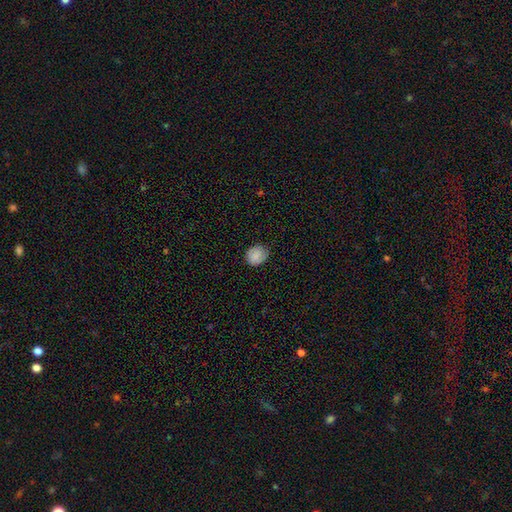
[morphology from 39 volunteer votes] A smooth galaxy with no disk features (92%) that is round (56%). Merging: none (81%).